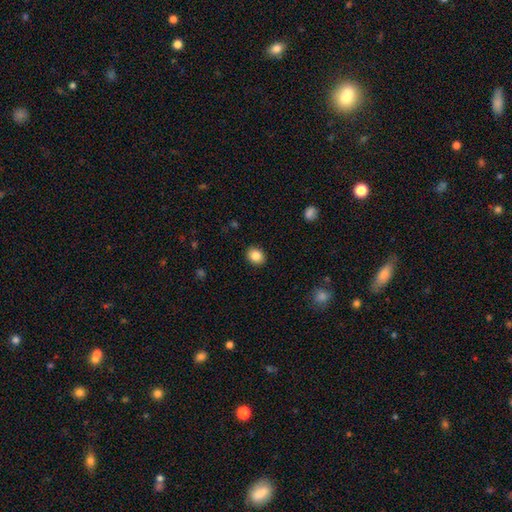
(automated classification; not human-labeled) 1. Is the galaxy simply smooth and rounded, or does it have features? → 85% smooth, 9% star or artifact, 6% featured or disk.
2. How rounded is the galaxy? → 57% round, 42% in between, 1% cigar-shaped.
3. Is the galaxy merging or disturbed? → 90% none, 7% minor disturbance, 2% major disturbance, 1% merger.